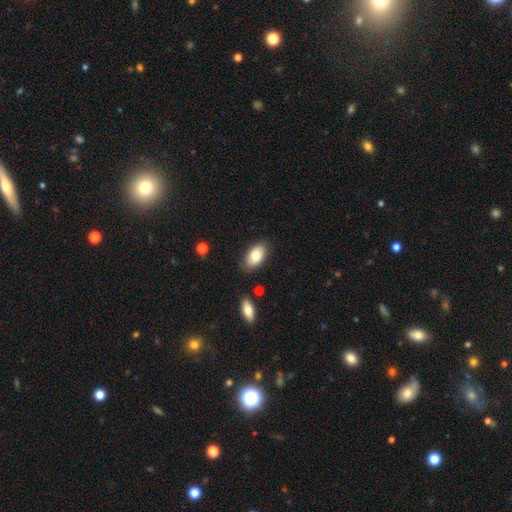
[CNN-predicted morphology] Overall: smooth (79%). How rounded: in between (94%). Merging: none (81%).